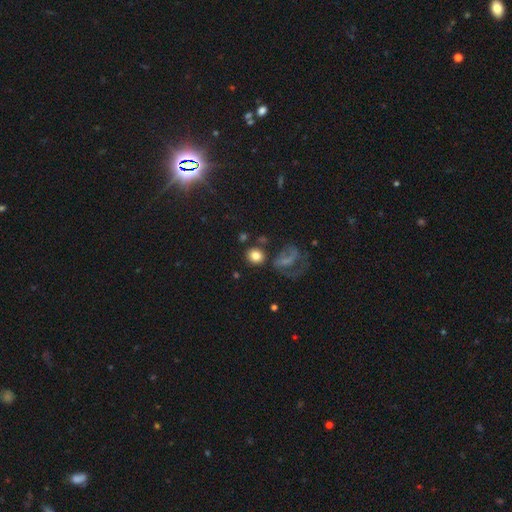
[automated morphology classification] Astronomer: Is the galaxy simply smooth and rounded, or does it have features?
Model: smooth — 80%.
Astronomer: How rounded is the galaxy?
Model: round — 79%.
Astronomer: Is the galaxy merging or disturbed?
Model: none — 73%.